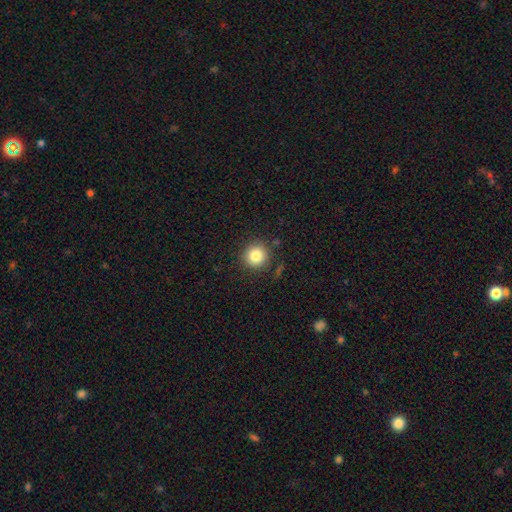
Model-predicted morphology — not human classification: Overall: smooth (84%). How rounded: round (93%). Merging: none (86%).